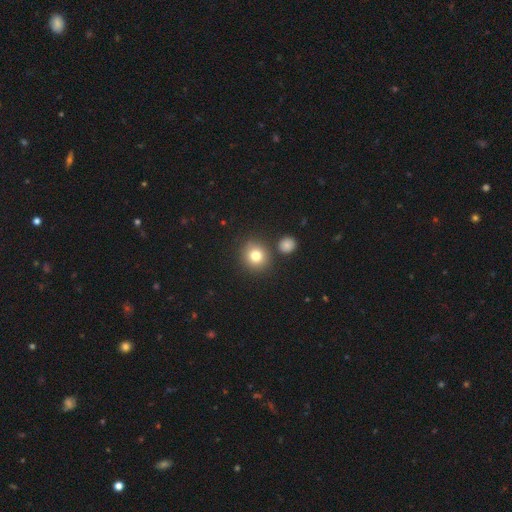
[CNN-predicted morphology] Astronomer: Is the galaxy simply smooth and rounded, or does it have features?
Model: smooth — 79%.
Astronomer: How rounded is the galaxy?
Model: round — 86%.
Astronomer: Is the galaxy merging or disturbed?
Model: none — 81%.